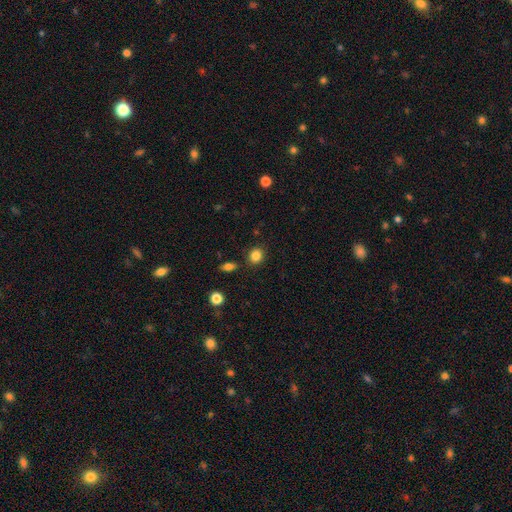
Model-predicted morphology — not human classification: Smooth or featured? smooth (85%)
How rounded? round (72%)
Merging? none (84%)